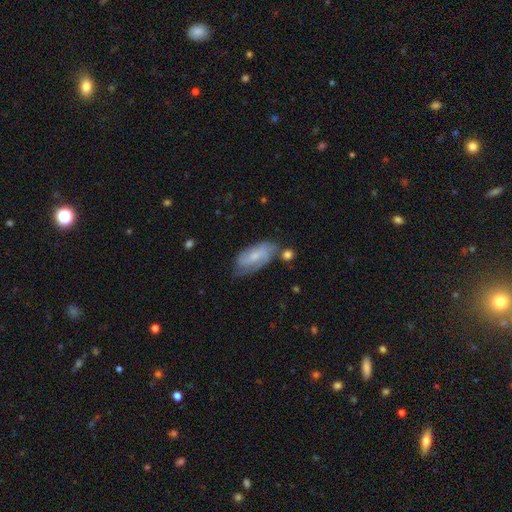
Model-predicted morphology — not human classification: Overall: featured or disk (52%; smooth 40%). Edge-on disk: no (90%). Merging: none (58%; minor disturbance 26%).